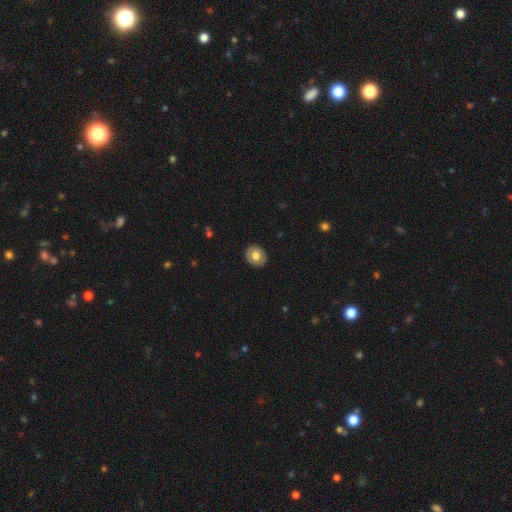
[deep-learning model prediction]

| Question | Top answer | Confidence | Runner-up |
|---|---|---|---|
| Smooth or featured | smooth | 73% | featured or disk (20%) |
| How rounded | round | 63% | in between (36%) |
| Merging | none | 90% | minor disturbance (7%) |